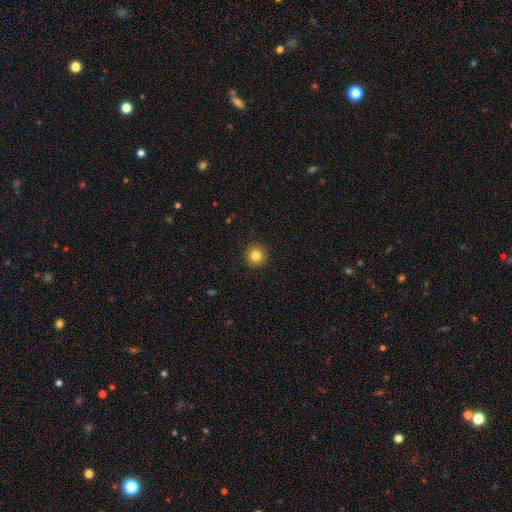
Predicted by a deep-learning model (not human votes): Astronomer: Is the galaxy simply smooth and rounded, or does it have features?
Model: smooth — 83%.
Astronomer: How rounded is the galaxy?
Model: round — 95%.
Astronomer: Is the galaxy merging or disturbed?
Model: none — 93%.